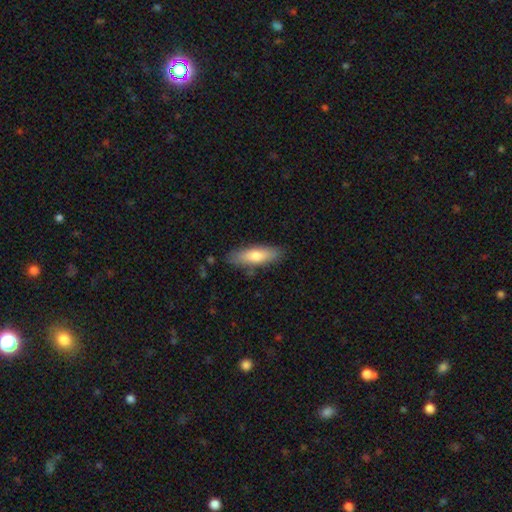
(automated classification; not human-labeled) Q: Smooth or featured?
A: smooth (70%); runner-up: featured or disk (24%)
Q: How rounded?
A: in between (50%); runner-up: cigar-shaped (48%)
Q: Merging?
A: none (84%); runner-up: minor disturbance (12%)